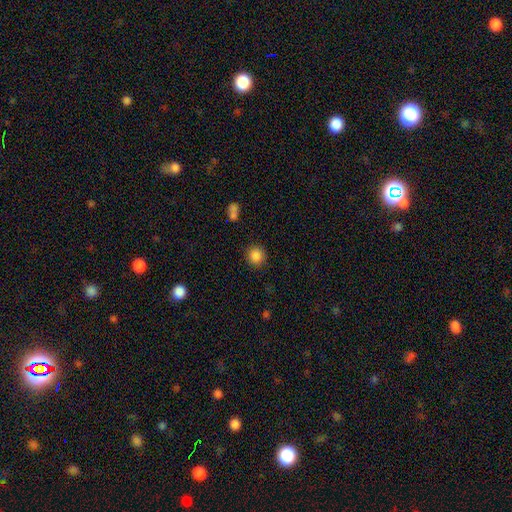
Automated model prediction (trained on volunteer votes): Overall: smooth (86%). How rounded: round (90%). Merging: none (88%).